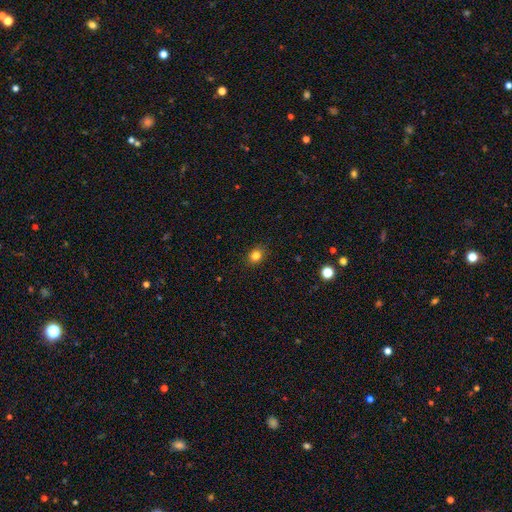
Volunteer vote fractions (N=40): Overall: smooth (82%). How rounded: round (58%; in between 42%). Merging: none (91%).